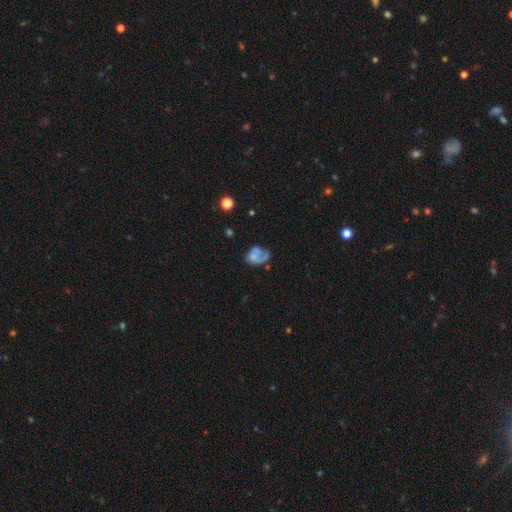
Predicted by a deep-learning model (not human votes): smooth_or_featured: featured or disk (p=0.54) [alt: smooth p=0.36]
disk_edge_on: no (p=0.98) [alt: yes p=0.02]
bar: no (p=0.83) [alt: weak p=0.14]
has_spiral_arms: yes (p=0.56) [alt: no p=0.44]
bulge_size: none (p=0.44) [alt: small p=0.29]
merging: none (p=0.34) [tied with: major disturbance p=0.34]